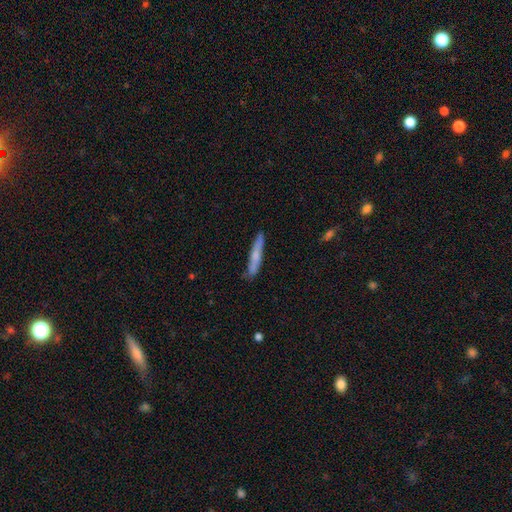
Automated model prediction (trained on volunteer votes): A smooth galaxy with no disk features (62%) that is cigar-shaped (94%). Merging: none (84%).